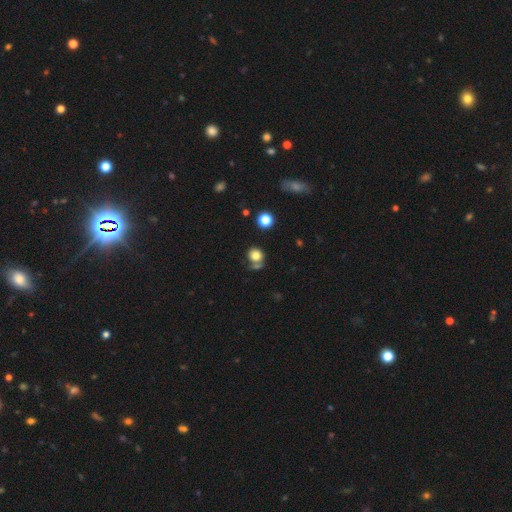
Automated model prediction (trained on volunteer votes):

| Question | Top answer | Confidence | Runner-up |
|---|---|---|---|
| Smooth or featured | smooth | 80% | star or artifact (12%) |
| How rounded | round | 80% | in between (19%) |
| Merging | none | 61% | merger (20%) |